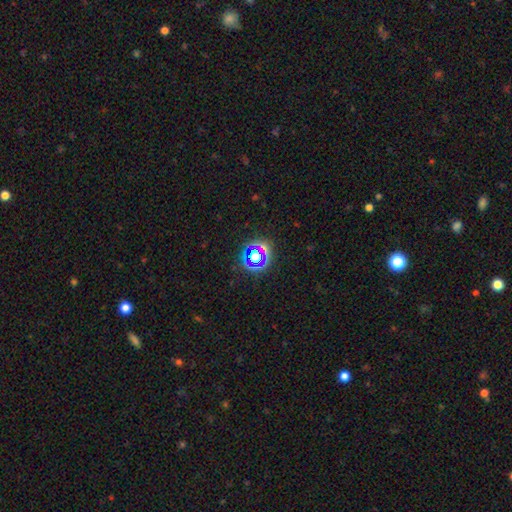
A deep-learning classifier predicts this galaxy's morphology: The model was most divided on "smooth or featured": star or artifact: 61%, smooth: 27%, featured or disk: 12%.